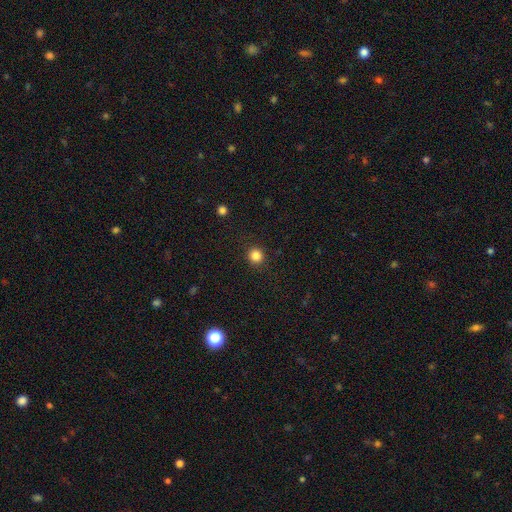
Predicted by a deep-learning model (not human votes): A smooth galaxy with no disk features (84%) that is round (92%). Merging: none (91%).